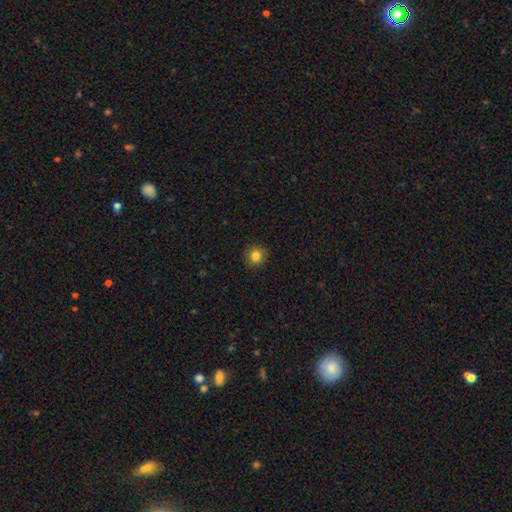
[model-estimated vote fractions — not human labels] smooth-or-featured: smooth: 84% | star or artifact: 11% | featured or disk: 5%
  how-rounded: round: 93% | in between: 6% | cigar-shaped: 1%
  merging: none: 91% | minor disturbance: 6% | major disturbance: 2% | merger: 1%